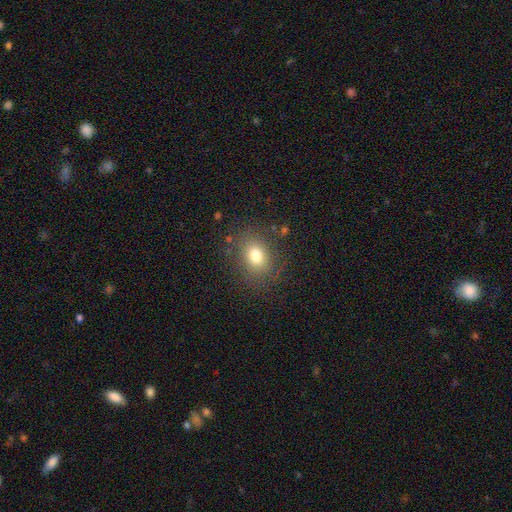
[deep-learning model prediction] A smooth galaxy with no disk features (76%) that is in between round and cigar-shaped (60%).

Vote fractions:
- Smooth or featured? smooth: 76% / star or artifact: 13% / featured or disk: 11%
- How rounded? in between: 60% / round: 39% / cigar-shaped: 1%
- Merging? none: 82% / minor disturbance: 11% / major disturbance: 5% / merger: 2%